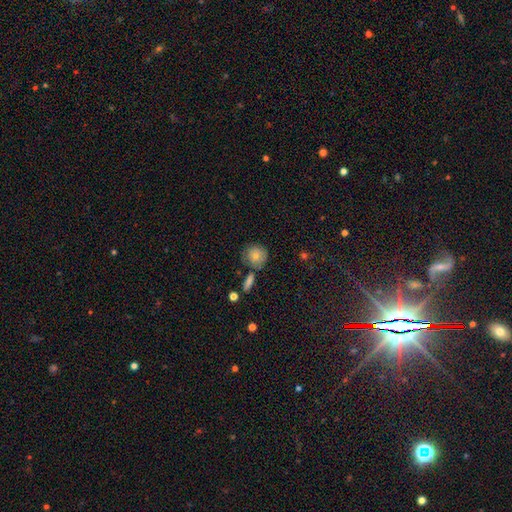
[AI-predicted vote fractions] Q: Smooth or featured?
A: smooth (76%); runner-up: featured or disk (16%)
Q: How rounded?
A: round (88%); runner-up: in between (11%)
Q: Merging?
A: none (67%); runner-up: minor disturbance (17%)